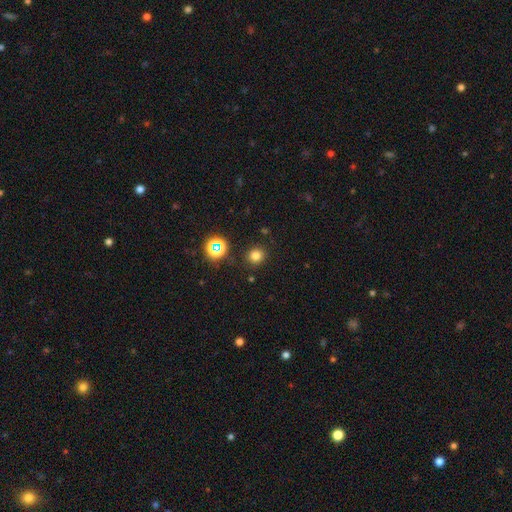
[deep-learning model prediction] Smooth or featured: smooth — 76% (star or artifact — 19%)
How rounded: round — 89% (in between — 11%)
Merging: none — 89% (minor disturbance — 6%)